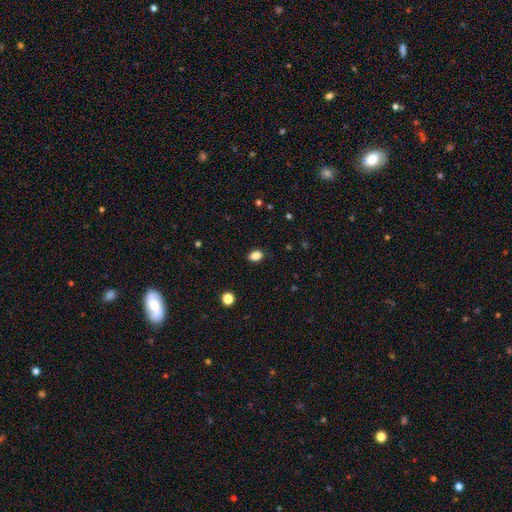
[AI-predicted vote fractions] This is clearly a smooth galaxy (85%). How rounded: likely in between (74%). Merging: clearly none (88%).